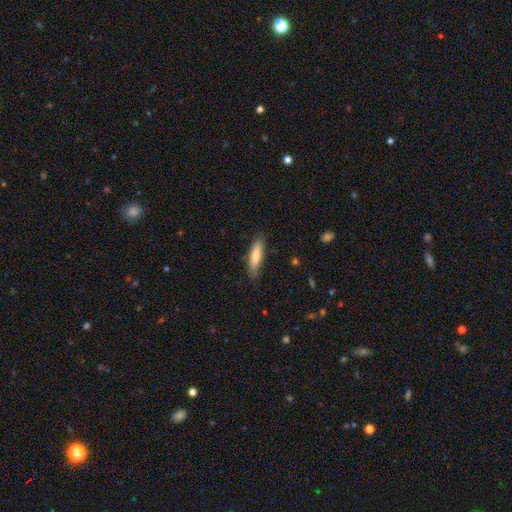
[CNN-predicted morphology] smooth_or_featured: smooth (p=0.76) [alt: featured or disk p=0.18]
how_rounded: cigar-shaped (p=0.66) [alt: in between p=0.32]
merging: none (p=0.80) [alt: minor disturbance p=0.16]